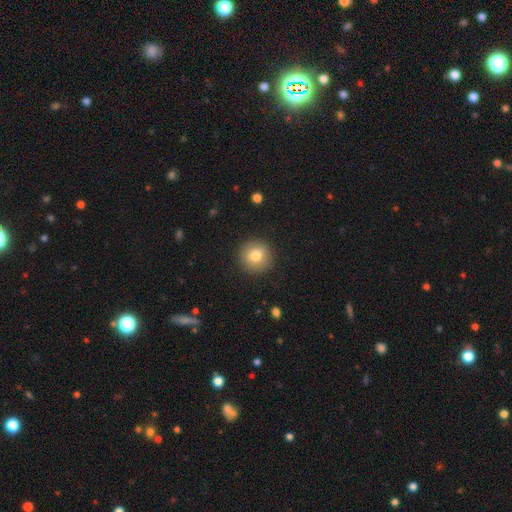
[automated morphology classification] A smooth galaxy with no disk features (79%) that is round (93%).

Vote fractions:
- Smooth or featured? smooth: 79% / featured or disk: 11% / star or artifact: 9%
- How rounded? round: 93% / in between: 6% / cigar-shaped: 1%
- Merging? none: 90% / minor disturbance: 6% / major disturbance: 2% / merger: 1%